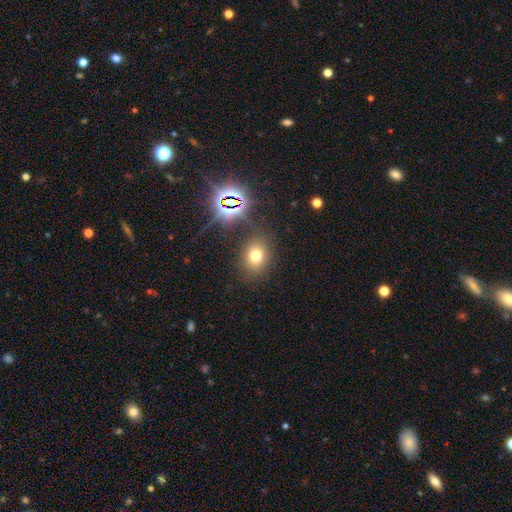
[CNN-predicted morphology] Smooth or featured: smooth — 66% (star or artifact — 24%)
How rounded: in between — 51% (round — 48%)
Merging: none — 80% (minor disturbance — 11%)